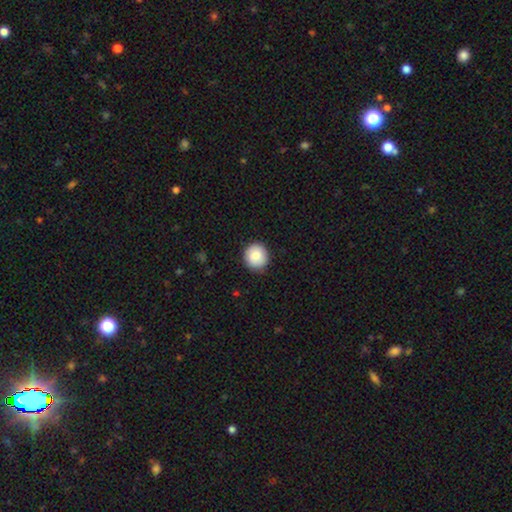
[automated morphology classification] Smooth or featured? Predicted: smooth (p=0.85). How rounded? Predicted: round (p=0.92). Merging? Predicted: none (p=0.89).